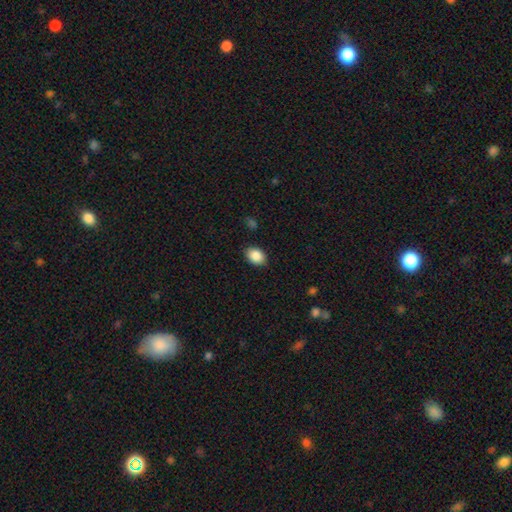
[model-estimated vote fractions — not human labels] This is clearly a smooth galaxy (89%). How rounded: likely in between (76%). Merging: clearly none (86%).